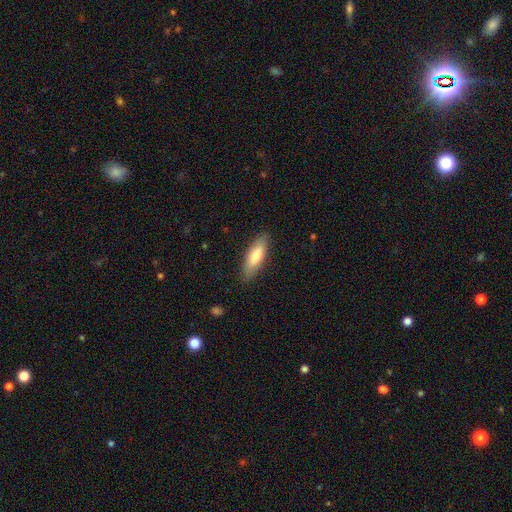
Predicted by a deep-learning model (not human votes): The model was most divided on "how rounded": in between: 55%, cigar-shaped: 43%, round: 2%. More confident: merging — none (86%); smooth or featured — smooth (71%).